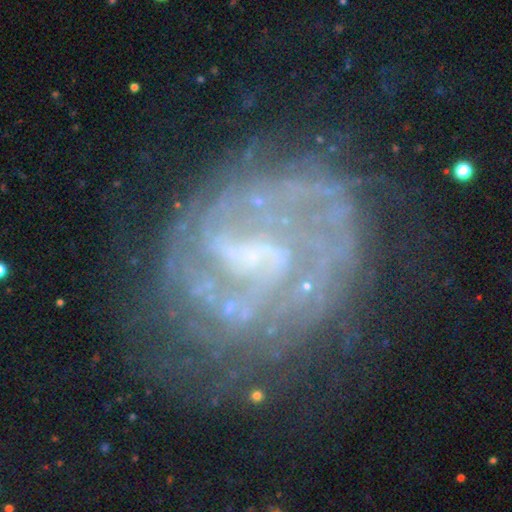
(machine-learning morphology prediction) smooth_or_featured: featured or disk (p=0.83) [alt: star or artifact p=0.09]
disk_edge_on: no (p=0.98) [alt: yes p=0.02]
bar: weak (p=0.49) [alt: no p=0.29]
has_spiral_arms: yes (p=0.87) [alt: no p=0.13]
spiral_winding: tight (p=0.50) [alt: medium p=0.37]
spiral_arm_count: 2 (p=0.36) [tied with: can't tell p=0.36]
bulge_size: none (p=0.40) [alt: small p=0.35]
merging: none (p=0.61) [alt: minor disturbance p=0.19]